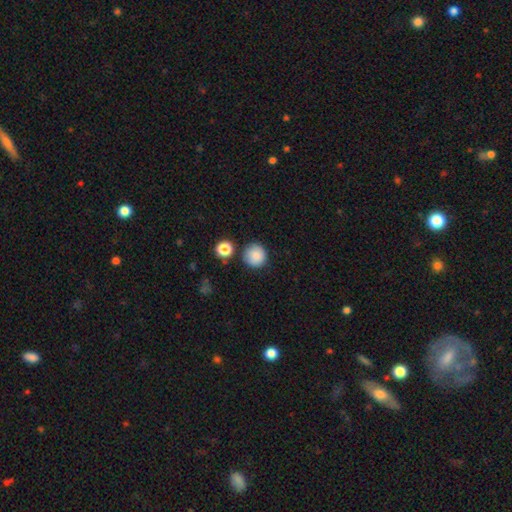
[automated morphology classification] A smooth galaxy with no disk features (86%) that is round (94%).

Vote fractions:
- Smooth or featured? smooth: 86% / star or artifact: 9% / featured or disk: 5%
- How rounded? round: 94% / in between: 5% / cigar-shaped: 1%
- Merging? none: 84% / minor disturbance: 9% / merger: 4% / major disturbance: 2%